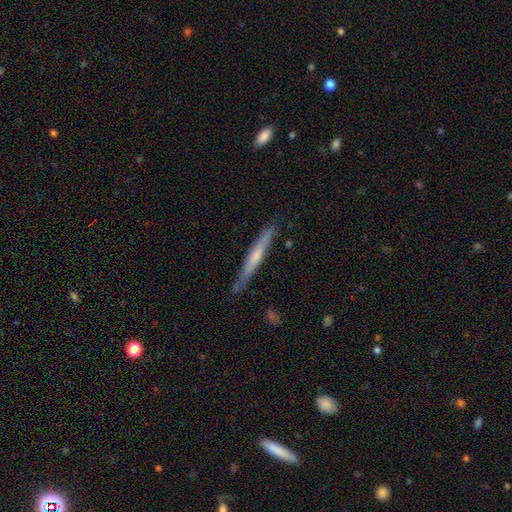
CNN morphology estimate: smooth-or-featured: featured or disk: 48% | smooth: 46% | star or artifact: 6%
  merging: none: 82% | minor disturbance: 13% | major disturbance: 2% | merger: 2%